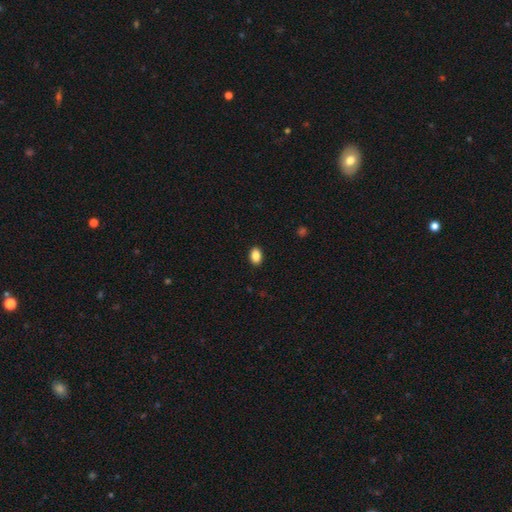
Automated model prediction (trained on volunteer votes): Smooth or featured?
  - smooth: 88% *
  - star or artifact: 8%
  - featured or disk: 4%
How rounded?
  - in between: 85% *
  - round: 14%
  - cigar-shaped: 1%
Merging?
  - none: 91% *
  - minor disturbance: 7%
  - major disturbance: 2%
  - merger: 1%